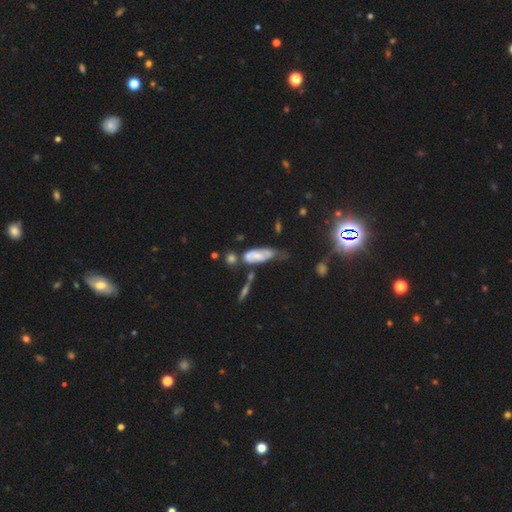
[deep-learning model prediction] This is possibly a smooth galaxy (46%, tied with featured or disk). Merging: marginally minor disturbance (28%).